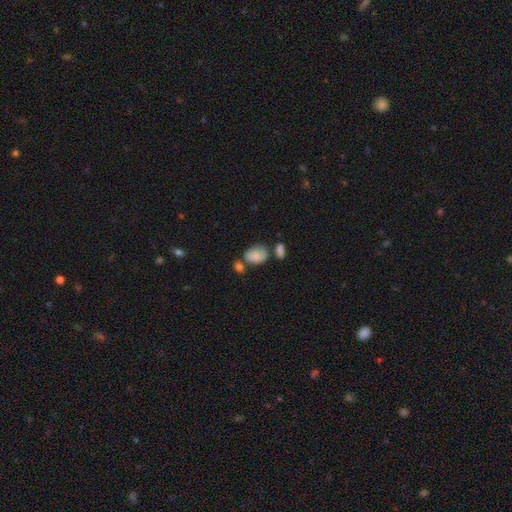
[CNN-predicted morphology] A smooth galaxy with no disk features (80%) that is in between round and cigar-shaped (76%).

Vote fractions:
- Smooth or featured? smooth: 80% / featured or disk: 11% / star or artifact: 9%
- How rounded? in between: 76% / round: 23% / cigar-shaped: 1%
- Merging? none: 40% / merger: 25% / minor disturbance: 24% / major disturbance: 10%